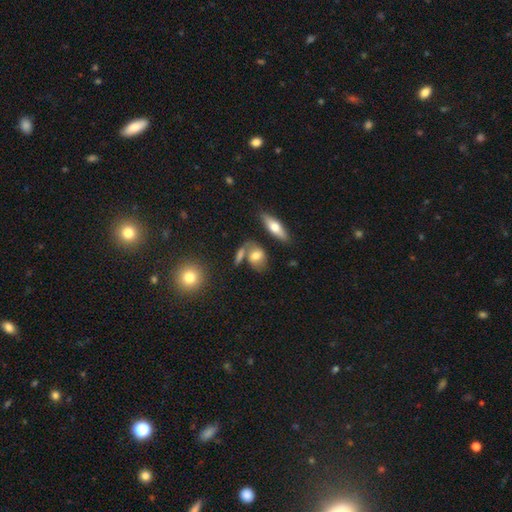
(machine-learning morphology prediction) A smooth galaxy with no disk features (65%) that is in between round and cigar-shaped (65%).

Vote fractions:
- Smooth or featured? smooth: 65% / featured or disk: 25% / star or artifact: 10%
- How rounded? in between: 65% / round: 29% / cigar-shaped: 6%
- Merging? none: 51% / merger: 23% / minor disturbance: 18% / major disturbance: 8%